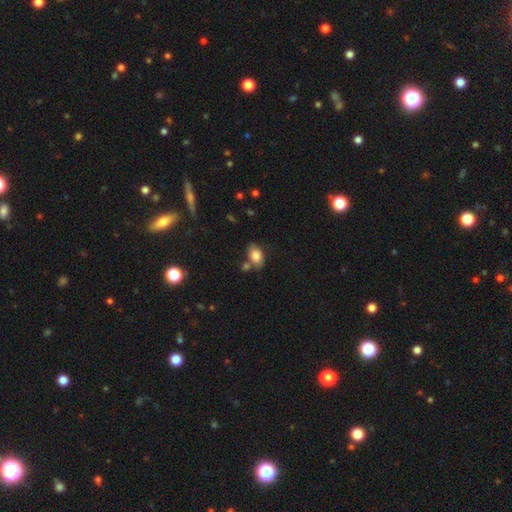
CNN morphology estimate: smooth_or_featured: smooth (p=0.83) [alt: featured or disk p=0.09]
how_rounded: in between (p=0.87) [alt: round p=0.11]
merging: none (p=0.61) [alt: minor disturbance p=0.18]